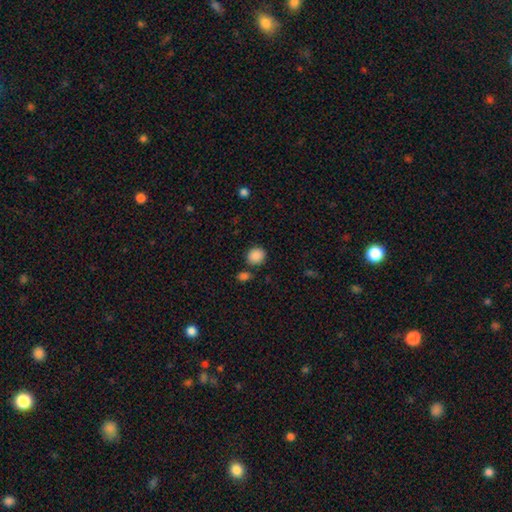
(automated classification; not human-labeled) Smooth or featured?
  - smooth: 88% *
  - star or artifact: 9%
  - featured or disk: 3%
How rounded?
  - round: 78% *
  - in between: 21%
  - cigar-shaped: 1%
Merging?
  - none: 78% *
  - minor disturbance: 10%
  - merger: 9%
  - major disturbance: 3%